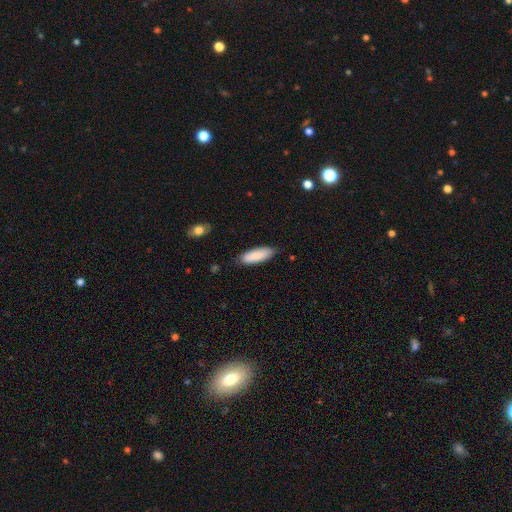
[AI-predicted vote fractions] smooth-or-featured: smooth: 88% | featured or disk: 7% | star or artifact: 6%
  how-rounded: in between: 57% | cigar-shaped: 41% | round: 1%
  merging: none: 83% | minor disturbance: 13% | major disturbance: 2% | merger: 1%